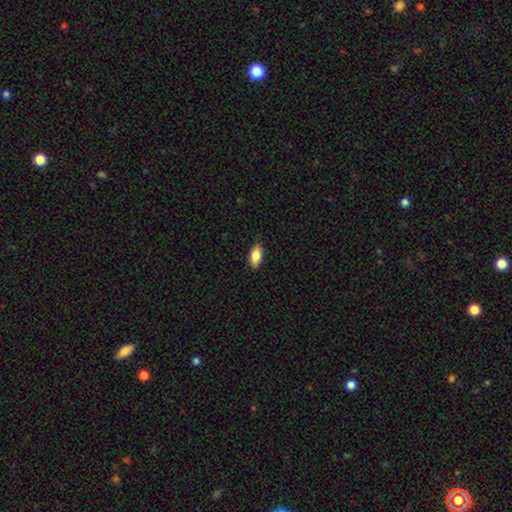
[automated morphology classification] smooth_or_featured: smooth (p=0.83) [alt: featured or disk p=0.10]
how_rounded: in between (p=0.89) [alt: cigar-shaped p=0.08]
merging: none (p=0.85) [alt: minor disturbance p=0.12]